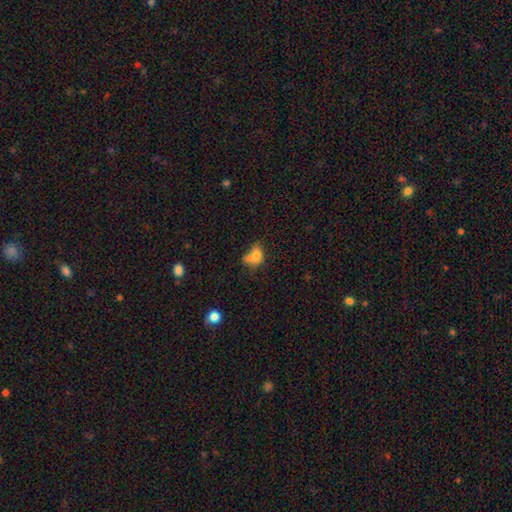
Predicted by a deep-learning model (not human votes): Q: Smooth or featured?
A: smooth (73%); runner-up: featured or disk (15%)
Q: How rounded?
A: in between (61%); runner-up: round (37%)
Q: Merging?
A: merger (44%); runner-up: none (28%)